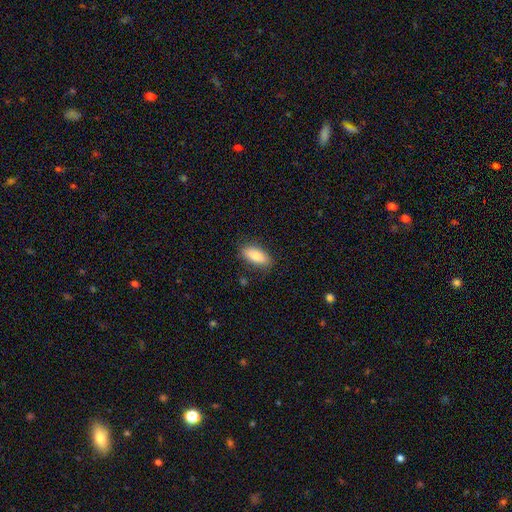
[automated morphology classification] This is clearly a smooth galaxy (87%). How rounded: clearly in between (85%). Merging: clearly none (84%).